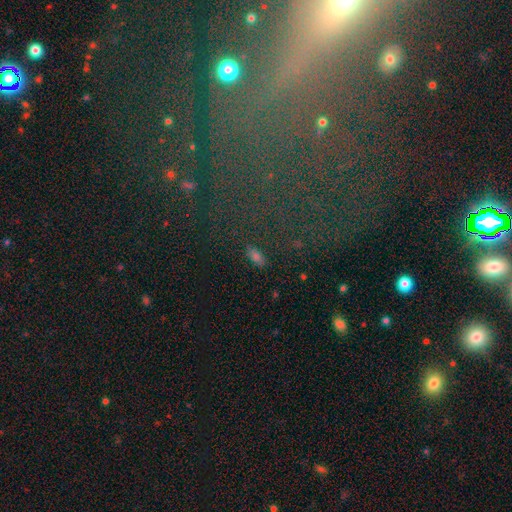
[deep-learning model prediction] Smooth or featured: smooth — 69% (star or artifact — 21%)
How rounded: in between — 84% (cigar-shaped — 11%)
Merging: none — 86% (minor disturbance — 9%)